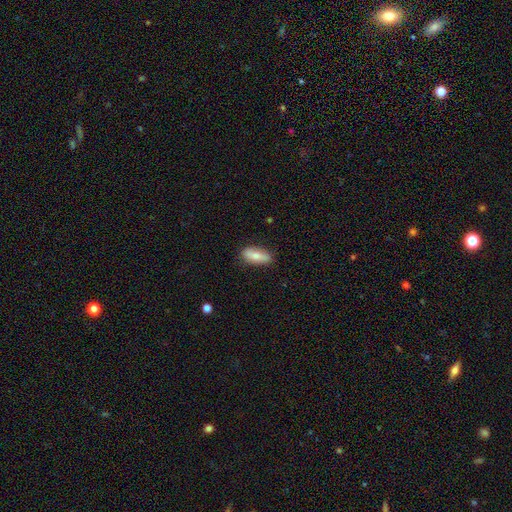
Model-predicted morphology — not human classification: A smooth galaxy with no disk features (70%) that is in between round and cigar-shaped (78%).

Vote fractions:
- Smooth or featured? smooth: 70% / featured or disk: 24% / star or artifact: 6%
- How rounded? in between: 78% / cigar-shaped: 19% / round: 3%
- Merging? none: 82% / minor disturbance: 14% / major disturbance: 3% / merger: 1%